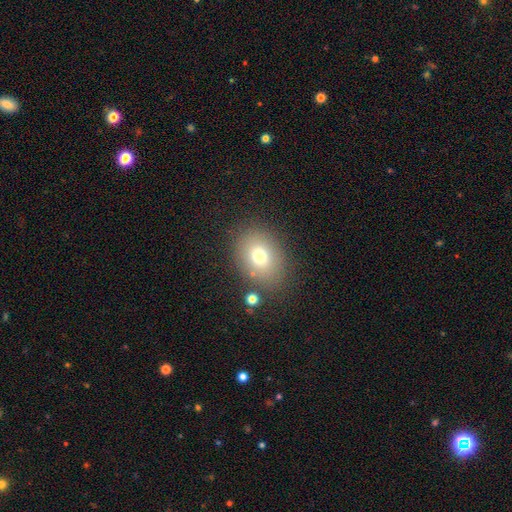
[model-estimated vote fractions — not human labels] A smooth galaxy with no disk features (71%) that is in between round and cigar-shaped (51%).

Vote fractions:
- Smooth or featured? smooth: 71% / star or artifact: 18% / featured or disk: 11%
- How rounded? in between: 51% / round: 48% / cigar-shaped: 1%
- Merging? none: 85% / minor disturbance: 9% / merger: 4% / major disturbance: 3%